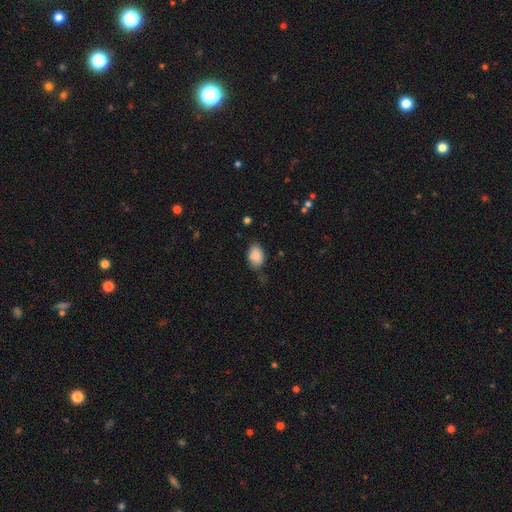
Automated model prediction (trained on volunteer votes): This is clearly a smooth galaxy (87%). How rounded: clearly in between (85%). Merging: likely none (73%).